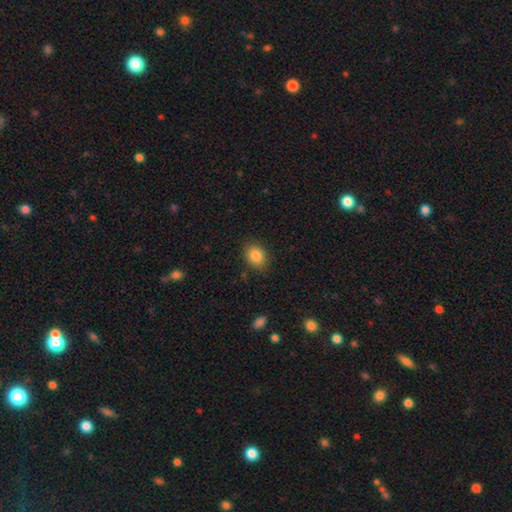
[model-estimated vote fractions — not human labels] A smooth galaxy with no disk features (85%) that is in between round and cigar-shaped (63%).

Vote fractions:
- Smooth or featured? smooth: 85% / star or artifact: 9% / featured or disk: 7%
- How rounded? in between: 63% / round: 36% / cigar-shaped: 1%
- Merging? none: 86% / minor disturbance: 10% / major disturbance: 3% / merger: 1%